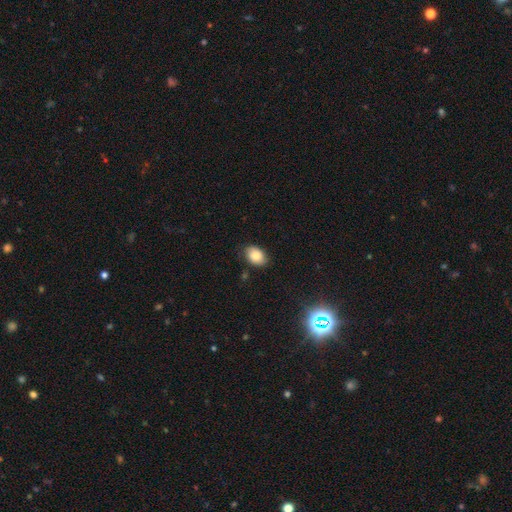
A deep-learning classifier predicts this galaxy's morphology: smooth_or_featured: smooth (p=0.82) [alt: star or artifact p=0.09]
how_rounded: in between (p=0.82) [alt: round p=0.17]
merging: none (p=0.80) [alt: minor disturbance p=0.16]